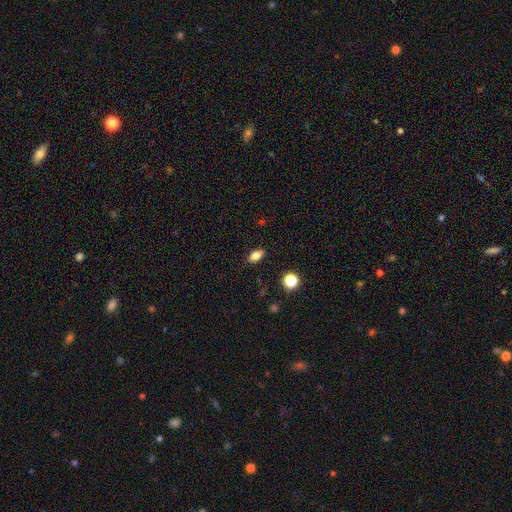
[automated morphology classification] A smooth galaxy with no disk features (77%) that is in between round and cigar-shaped (83%). Merging: none (85%).